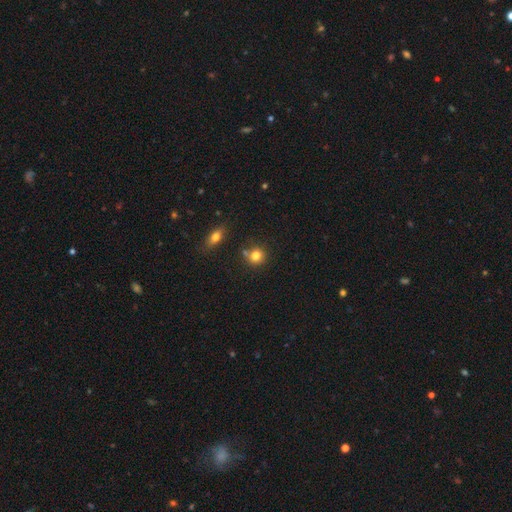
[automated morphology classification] Smooth or featured?
  - smooth: 80% *
  - star or artifact: 11%
  - featured or disk: 9%
How rounded?
  - round: 86% *
  - in between: 13%
  - cigar-shaped: 1%
Merging?
  - none: 67% *
  - merger: 18%
  - minor disturbance: 12%
  - major disturbance: 4%